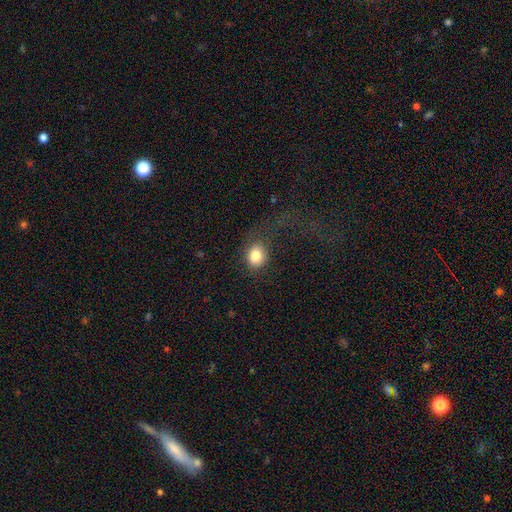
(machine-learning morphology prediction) Smooth or featured?
  - smooth: 82% *
  - star or artifact: 10%
  - featured or disk: 8%
How rounded?
  - round: 54% *
  - in between: 45%
  - cigar-shaped: 1%
Merging?
  - none: 63% *
  - major disturbance: 18%
  - minor disturbance: 16%
  - merger: 3%